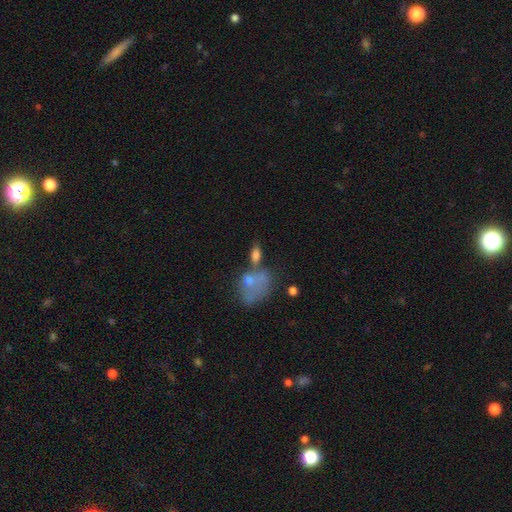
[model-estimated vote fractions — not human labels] This is likely a smooth galaxy (70%). How rounded: clearly in between (82%). Merging: marginally none (41%).